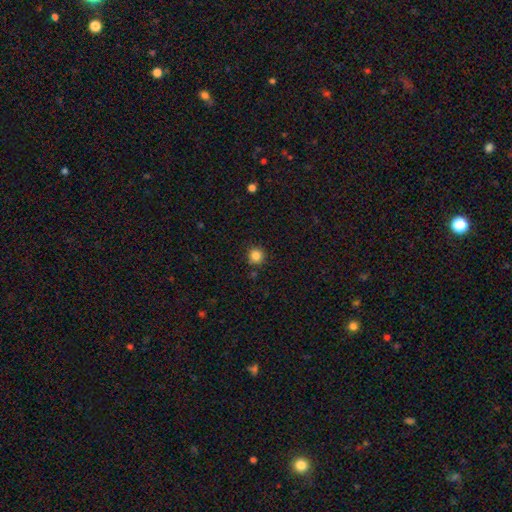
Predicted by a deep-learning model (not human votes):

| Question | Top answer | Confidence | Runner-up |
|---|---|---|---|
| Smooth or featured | smooth | 84% | star or artifact (11%) |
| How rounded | round | 93% | in between (6%) |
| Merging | none | 88% | minor disturbance (8%) |